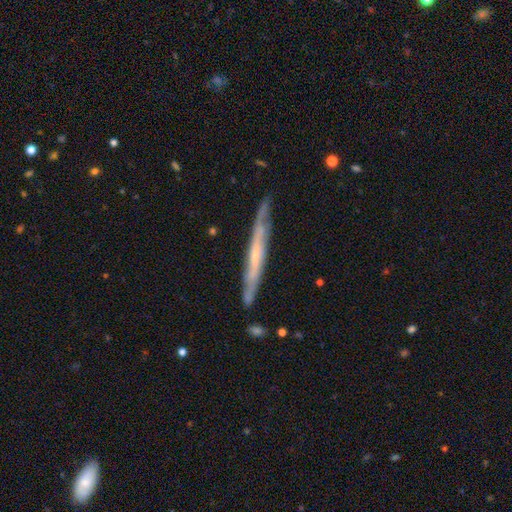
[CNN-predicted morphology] Smooth or featured? featured or disk (68%)
Edge-on disk? yes (85%)
Edge-on bulge? none (69%)
Merging? none (80%)